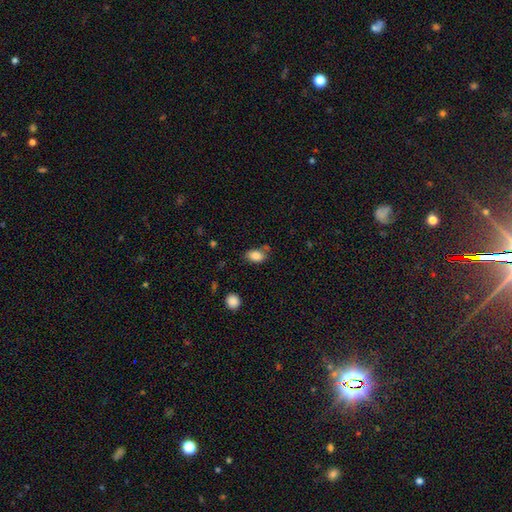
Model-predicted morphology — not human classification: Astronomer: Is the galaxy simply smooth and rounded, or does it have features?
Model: smooth — 85%.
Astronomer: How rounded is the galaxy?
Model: in between — 88%.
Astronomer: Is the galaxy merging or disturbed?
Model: none — 68%.